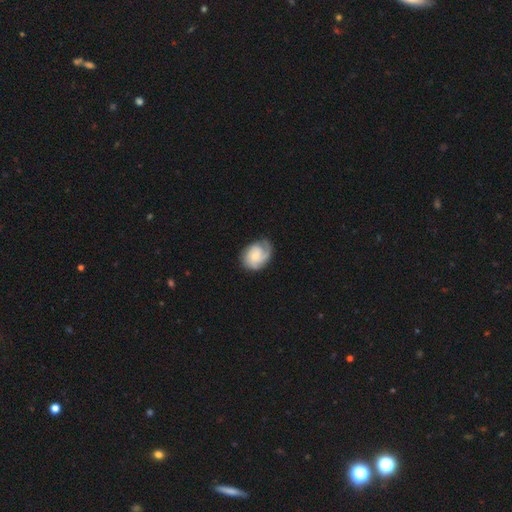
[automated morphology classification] Overall: featured or disk (70%). Edge-on disk: no (98%). Bar: no (68%). Spiral arms: yes (94%). Spiral arm count: 2 (29%; 1 27%). Spiral winding: tight (52%; medium 35%). Bulge size: small (45%; moderate 28%). Merging: none (68%).